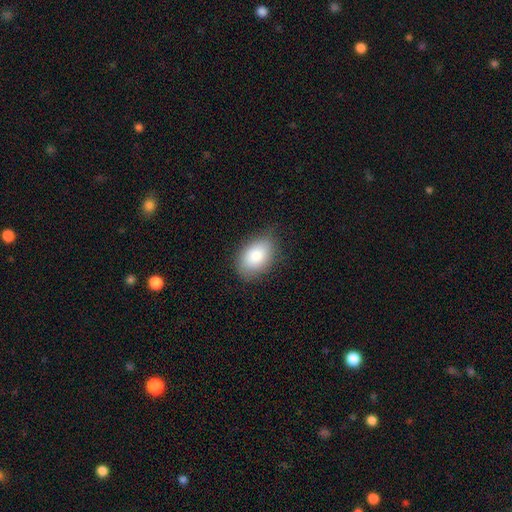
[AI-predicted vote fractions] Morphology: type=smooth (84%); roundness=in between (87%); merging=none (76%).